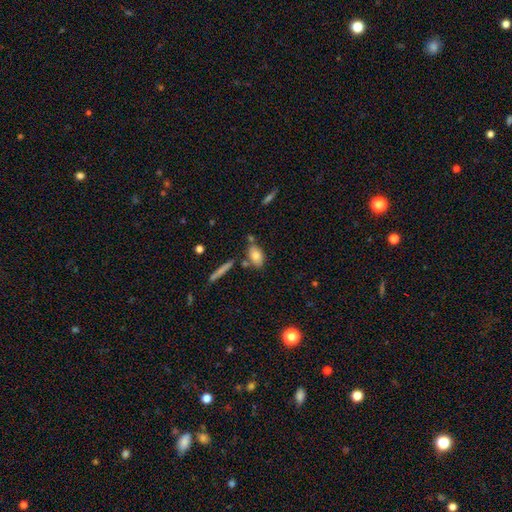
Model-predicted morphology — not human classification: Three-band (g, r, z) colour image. It shows a smooth galaxy with no disk features (77%) that is in between round and cigar-shaped (87%). Merging: none (66%).